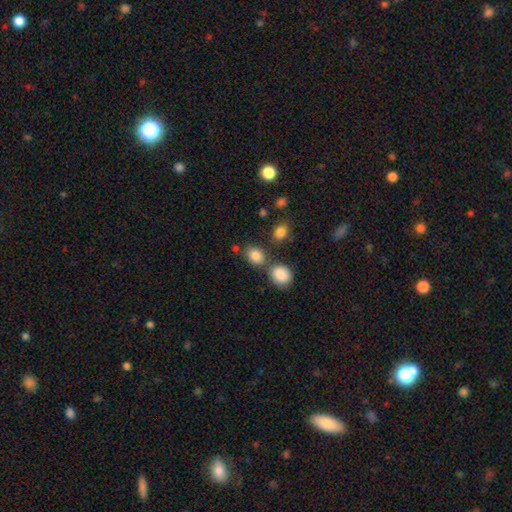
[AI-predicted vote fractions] This appears to be a smooth galaxy with no disk features (84%) that is round (52%). Merging: none (61%).